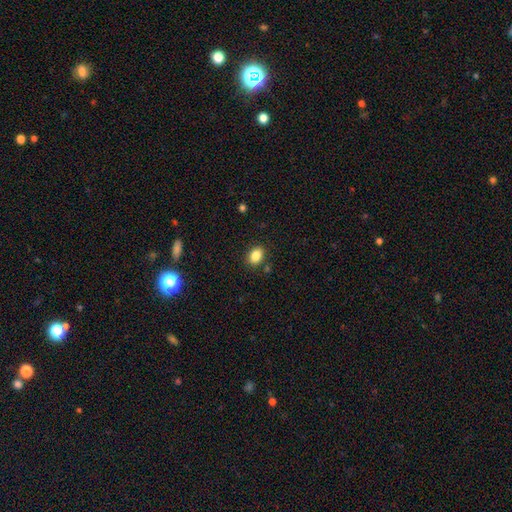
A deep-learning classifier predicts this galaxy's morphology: The model was most divided on "how rounded": in between: 68%, round: 31%, cigar-shaped: 1%. More confident: merging — none (86%); smooth or featured — smooth (85%).